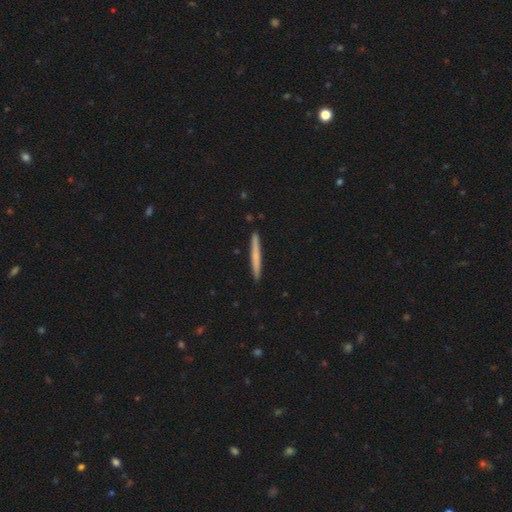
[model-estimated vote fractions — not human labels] Q: Smooth or featured?
A: smooth (65%); runner-up: featured or disk (30%)
Q: How rounded?
A: cigar-shaped (97%); runner-up: in between (2%)
Q: Merging?
A: none (92%); runner-up: minor disturbance (6%)